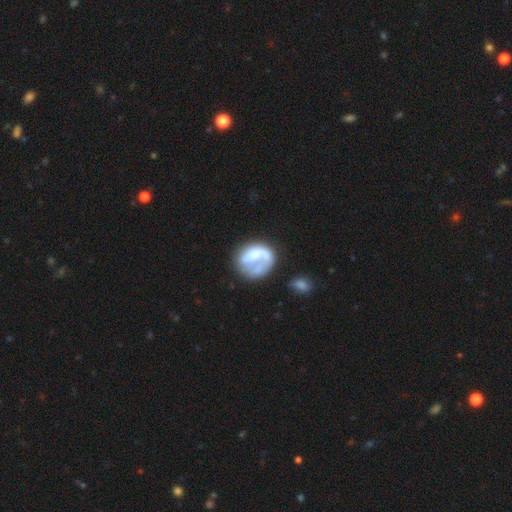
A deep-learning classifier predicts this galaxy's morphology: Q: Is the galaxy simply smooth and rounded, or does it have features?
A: featured or disk — 50%.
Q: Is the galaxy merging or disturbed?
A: none — 44%.